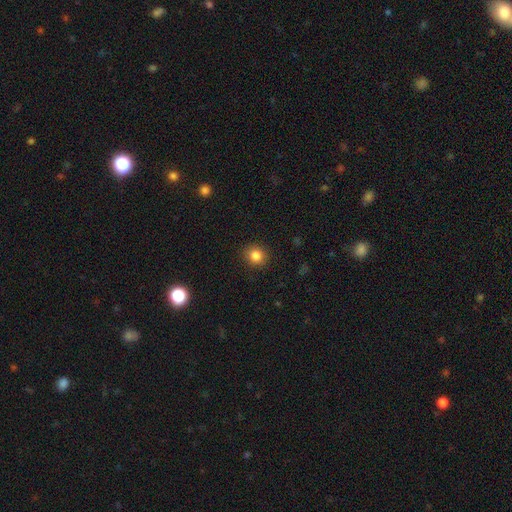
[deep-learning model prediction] Smooth or featured: smooth — 84% (star or artifact — 11%)
How rounded: round — 84% (in between — 15%)
Merging: none — 91% (minor disturbance — 6%)